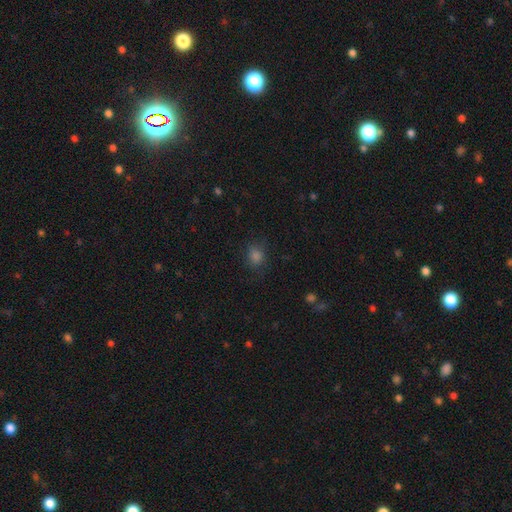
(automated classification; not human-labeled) Smooth or featured? Predicted: smooth (p=0.75). How rounded? Predicted: round (p=0.72). Merging? Predicted: none (p=0.82).